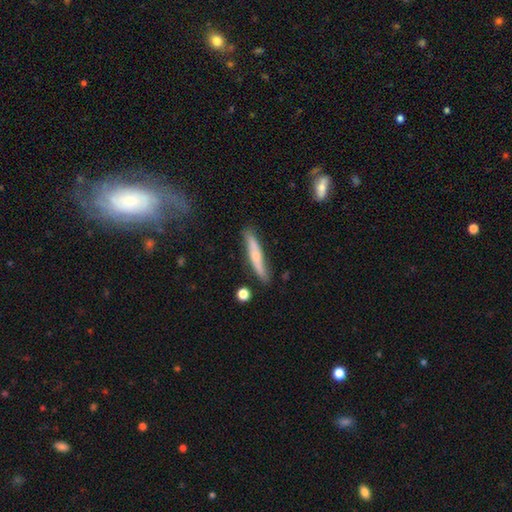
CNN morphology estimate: Smooth or featured? smooth (49%)
Merging? none (82%)